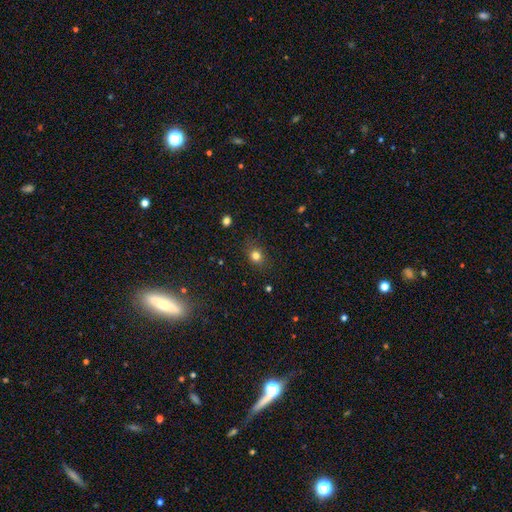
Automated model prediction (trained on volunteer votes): Q: Smooth or featured?
A: smooth (78%); runner-up: star or artifact (15%)
Q: How rounded?
A: round (68%); runner-up: in between (30%)
Q: Merging?
A: none (82%); runner-up: minor disturbance (13%)